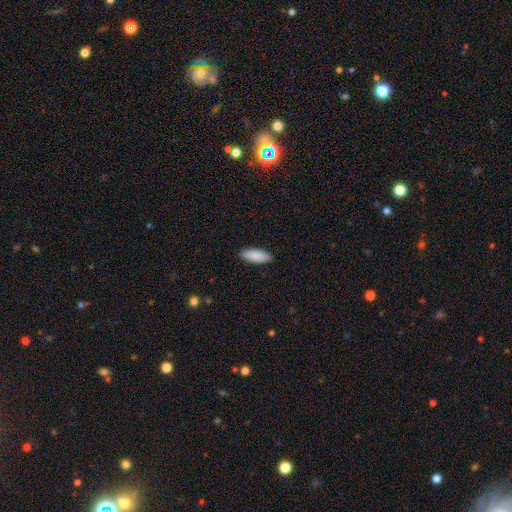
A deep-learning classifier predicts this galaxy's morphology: Q: Smooth or featured?
A: smooth (90%); runner-up: star or artifact (5%)
Q: How rounded?
A: in between (70%); runner-up: cigar-shaped (28%)
Q: Merging?
A: none (90%); runner-up: minor disturbance (8%)